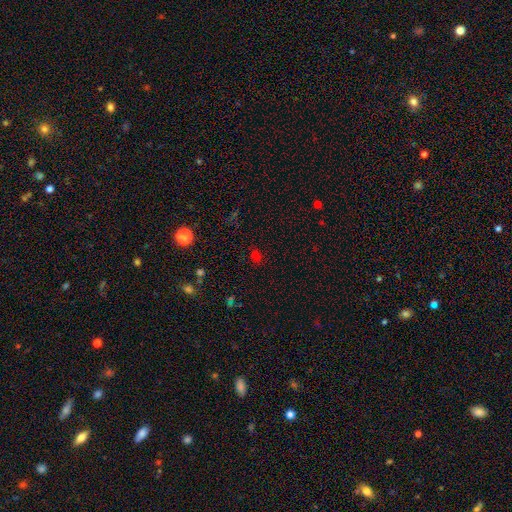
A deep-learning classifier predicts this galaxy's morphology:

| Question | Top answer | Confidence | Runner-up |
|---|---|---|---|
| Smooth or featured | smooth | 58% | star or artifact (36%) |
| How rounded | round | 50% | in between (48%) |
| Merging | none | 80% | minor disturbance (12%) |